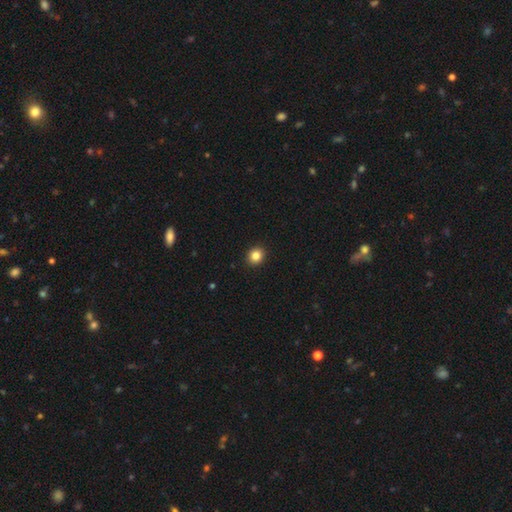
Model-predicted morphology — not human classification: Smooth or featured?
  - smooth: 85% *
  - star or artifact: 11%
  - featured or disk: 4%
How rounded?
  - round: 78% *
  - in between: 21%
  - cigar-shaped: 1%
Merging?
  - none: 92% *
  - minor disturbance: 5%
  - major disturbance: 2%
  - merger: 1%